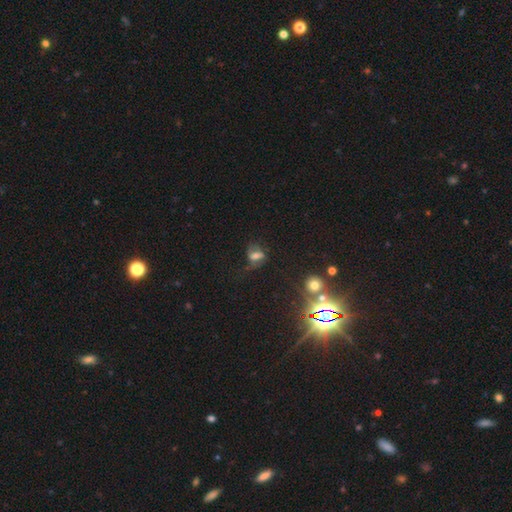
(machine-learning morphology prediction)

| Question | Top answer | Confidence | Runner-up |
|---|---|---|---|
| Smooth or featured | smooth | 46% | featured or disk (35%) |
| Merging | none | 44% | major disturbance (26%) |